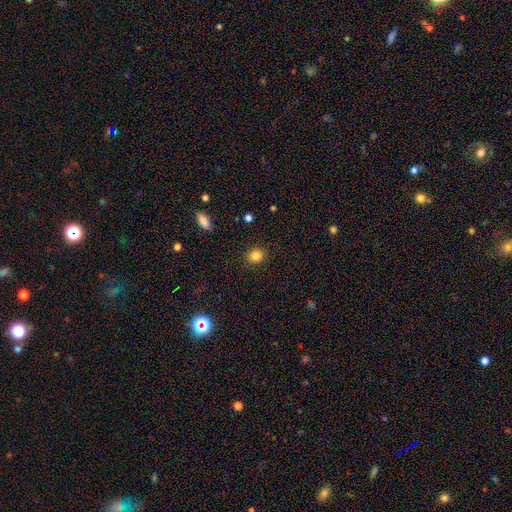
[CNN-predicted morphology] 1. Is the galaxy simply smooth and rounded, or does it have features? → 83% smooth, 12% star or artifact, 5% featured or disk.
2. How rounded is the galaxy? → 64% round, 35% in between, 1% cigar-shaped.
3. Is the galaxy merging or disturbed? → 87% none, 9% minor disturbance, 3% major disturbance, 1% merger.